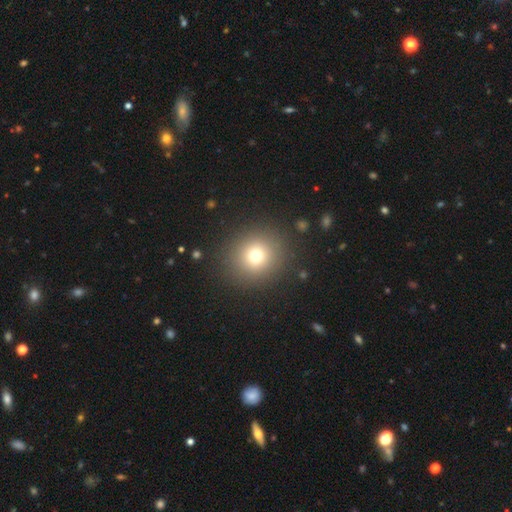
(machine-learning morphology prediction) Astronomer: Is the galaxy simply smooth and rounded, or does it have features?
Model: smooth — 73%.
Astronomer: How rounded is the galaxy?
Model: round — 91%.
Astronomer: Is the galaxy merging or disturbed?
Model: none — 89%.